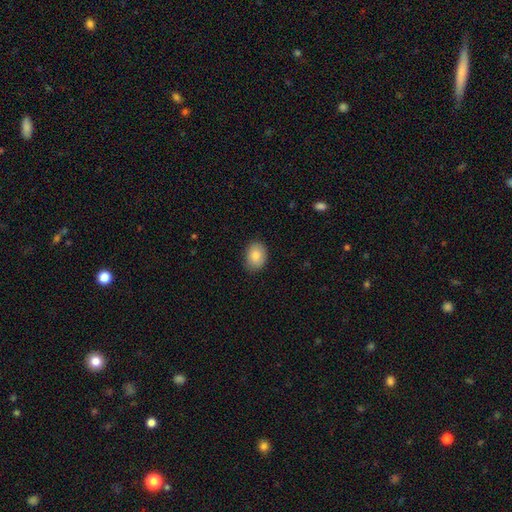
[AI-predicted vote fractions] This is clearly a smooth galaxy (85%). How rounded: likely in between (68%). Merging: clearly none (85%).